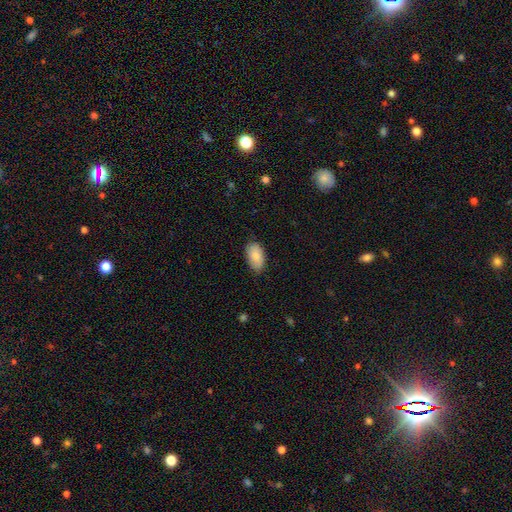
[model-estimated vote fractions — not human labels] Smooth or featured? smooth (86%)
How rounded? in between (94%)
Merging? none (79%)